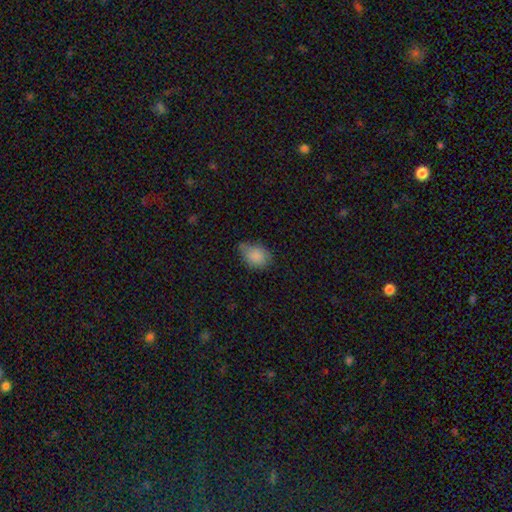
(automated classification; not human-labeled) Smooth or featured? Predicted: smooth (p=0.84). How rounded? Predicted: in between (p=0.69). Merging? Predicted: none (p=0.49).